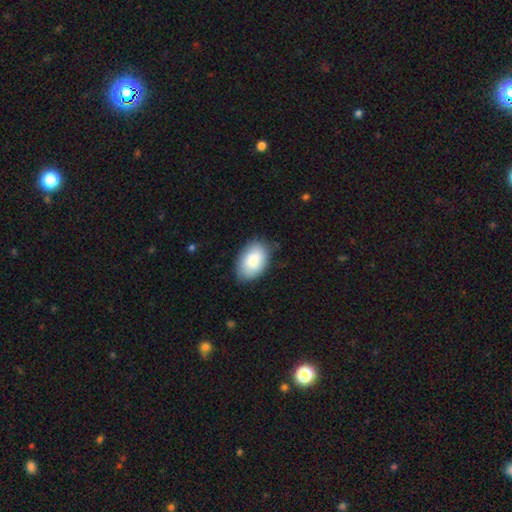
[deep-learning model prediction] This appears to be a smooth galaxy with no disk features (86%) that is in between round and cigar-shaped (92%). Merging: none (80%).